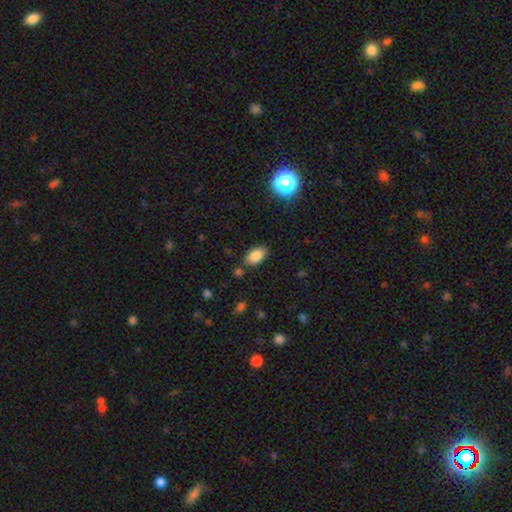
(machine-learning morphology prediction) Smooth or featured?
  - smooth: 84% *
  - star or artifact: 9%
  - featured or disk: 7%
How rounded?
  - in between: 92% *
  - round: 5%
  - cigar-shaped: 3%
Merging?
  - none: 81% *
  - minor disturbance: 12%
  - merger: 4%
  - major disturbance: 3%